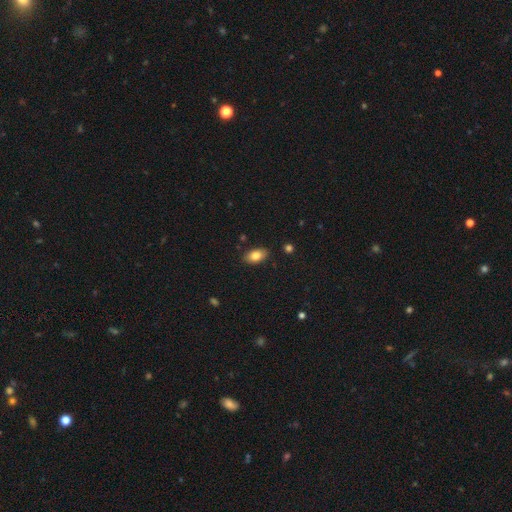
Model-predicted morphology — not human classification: Smooth or featured? Predicted: smooth (p=0.81). How rounded? Predicted: in between (p=0.91). Merging? Predicted: none (p=0.87).